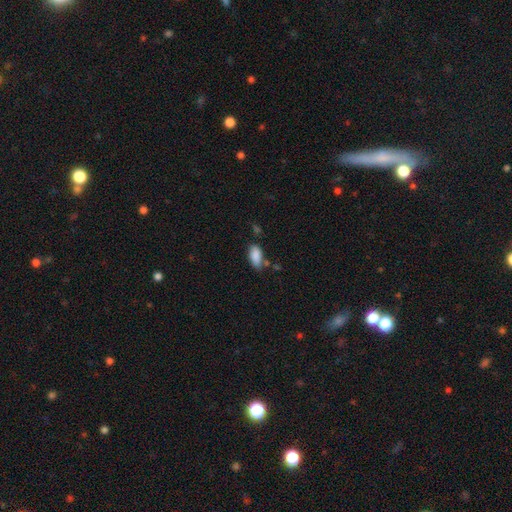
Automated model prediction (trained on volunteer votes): This appears to be a smooth galaxy with no disk features (87%) that is in between round and cigar-shaped (90%). Merging: none (63%).